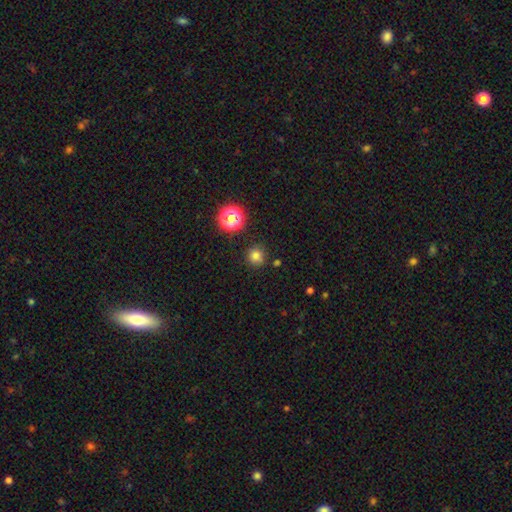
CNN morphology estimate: smooth-or-featured: smooth: 77% | star or artifact: 18% | featured or disk: 5%
  how-rounded: round: 93% | in between: 6% | cigar-shaped: 1%
  merging: none: 85% | minor disturbance: 9% | merger: 3% | major disturbance: 3%